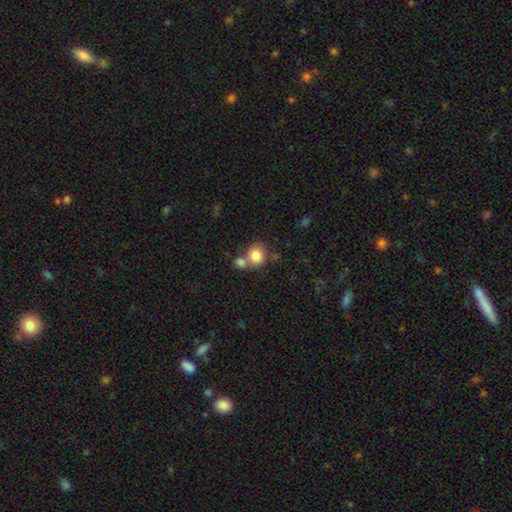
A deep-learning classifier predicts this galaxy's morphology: smooth-or-featured: smooth: 82% | star or artifact: 9% | featured or disk: 9%
  how-rounded: round: 73% | in between: 26% | cigar-shaped: 1%
  merging: none: 47% | merger: 40% | minor disturbance: 10% | major disturbance: 4%